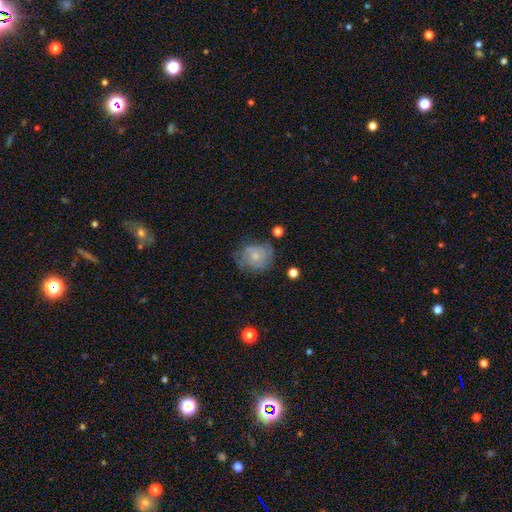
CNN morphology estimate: Smooth or featured? featured or disk (49%)
Merging? none (56%)